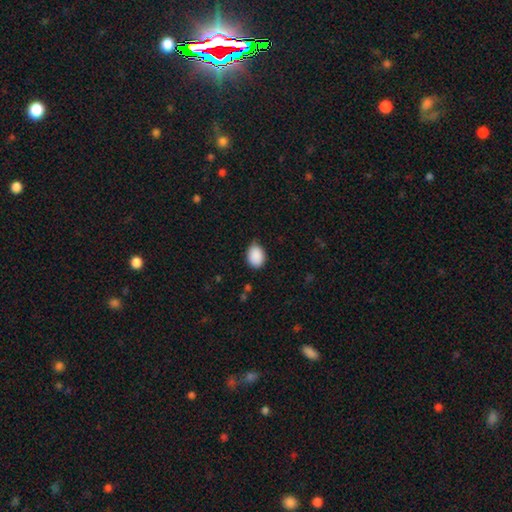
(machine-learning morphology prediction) Smooth or featured? Predicted: smooth (p=0.90). How rounded? Predicted: in between (p=0.72). Merging? Predicted: none (p=0.72).